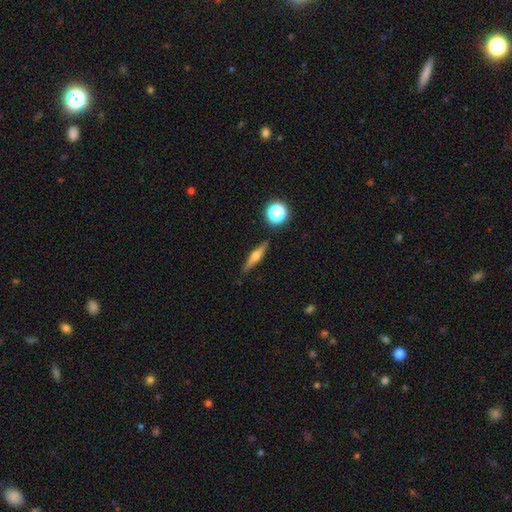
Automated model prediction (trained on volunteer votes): Q: Smooth or featured?
A: featured or disk (54%); runner-up: smooth (38%)
Q: Edge-on disk?
A: yes (95%); runner-up: no (5%)
Q: Edge-on bulge?
A: rounded (91%); runner-up: boxy (5%)
Q: Merging?
A: none (88%); runner-up: minor disturbance (8%)